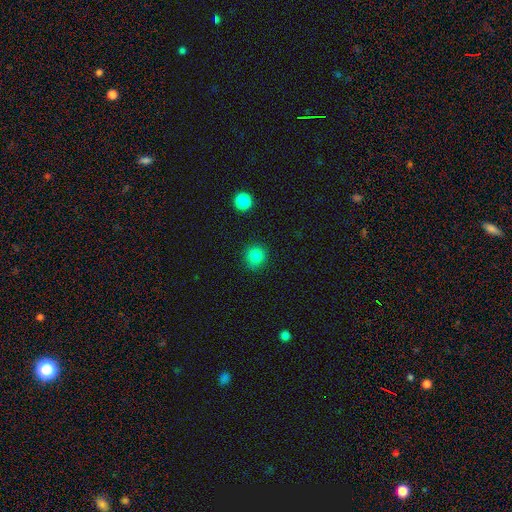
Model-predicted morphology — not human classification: smooth-or-featured: smooth: 85% | star or artifact: 11% | featured or disk: 4%
  how-rounded: round: 89% | in between: 10% | cigar-shaped: 1%
  merging: none: 86% | minor disturbance: 9% | major disturbance: 3% | merger: 2%